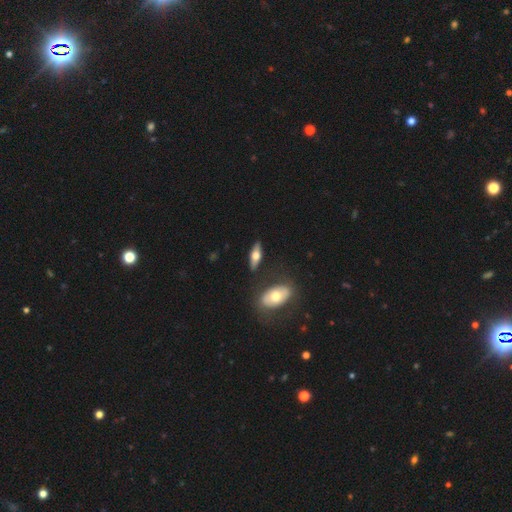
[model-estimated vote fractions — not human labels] Q: Smooth or featured?
A: featured or disk (49%); runner-up: smooth (44%)
Q: Merging?
A: none (82%); runner-up: minor disturbance (10%)